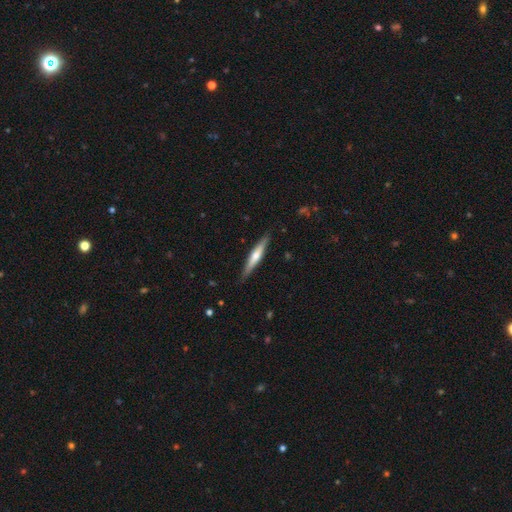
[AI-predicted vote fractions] smooth-or-featured: featured or disk: 53% | smooth: 42% | star or artifact: 6%
  disk-edge-on: yes: 95% | no: 5%
  merging: none: 87% | minor disturbance: 10% | major disturbance: 2% | merger: 1%